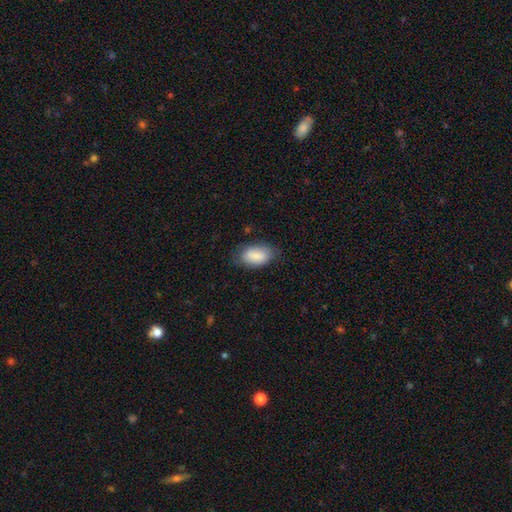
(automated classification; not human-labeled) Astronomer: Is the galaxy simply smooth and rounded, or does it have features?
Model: smooth — 86%.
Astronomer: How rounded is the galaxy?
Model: in between — 93%.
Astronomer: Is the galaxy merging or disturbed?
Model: none — 73%.